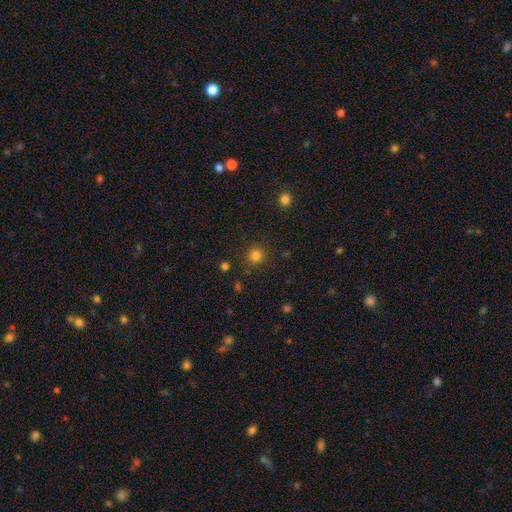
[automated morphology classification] This appears to be a smooth galaxy with no disk features (81%) that is round (92%). Merging: none (86%).